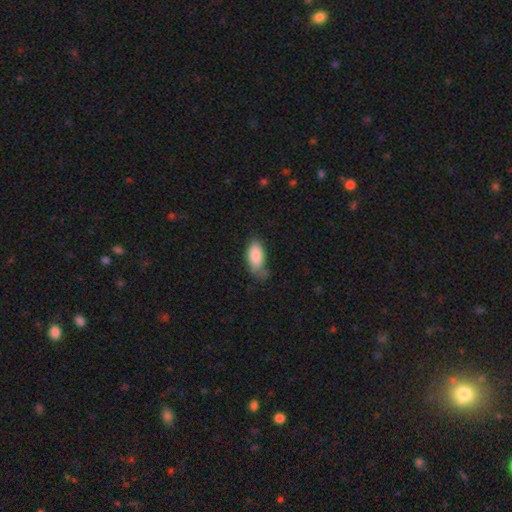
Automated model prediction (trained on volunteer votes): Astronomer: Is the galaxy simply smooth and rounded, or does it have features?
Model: smooth — 85%.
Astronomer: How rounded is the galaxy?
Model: in between — 93%.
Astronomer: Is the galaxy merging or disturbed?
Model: none — 43% (runner-up: minor disturbance, 39%).